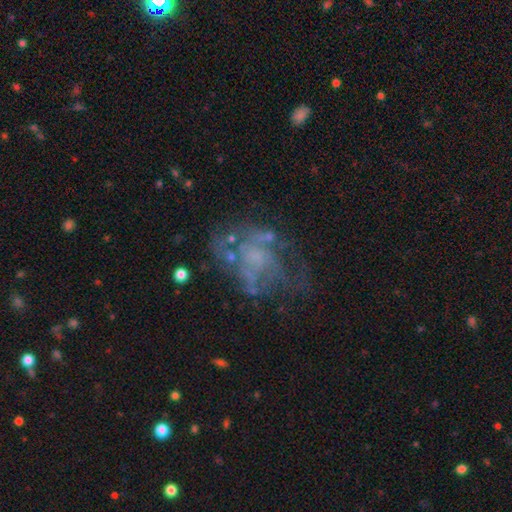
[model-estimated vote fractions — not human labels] Morphology: type=featured or disk (69%); edge-on=no (98%); bar=no (81%); spiral arms=no (52%); bulge=none (54%); merging=none (44%).